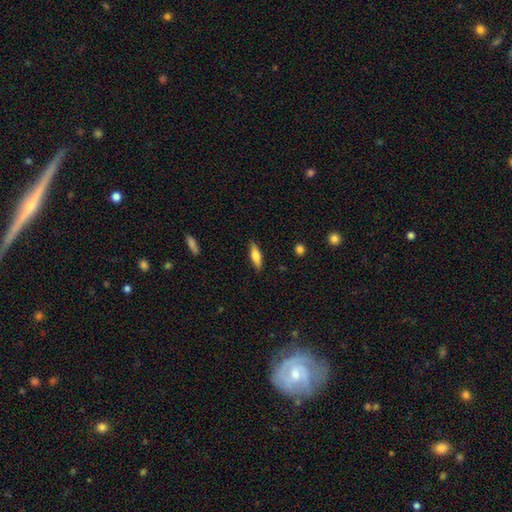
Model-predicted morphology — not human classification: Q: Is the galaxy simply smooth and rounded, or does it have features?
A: smooth — 67%.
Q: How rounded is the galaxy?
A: cigar-shaped — 53%.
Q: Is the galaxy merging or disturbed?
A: none — 87%.